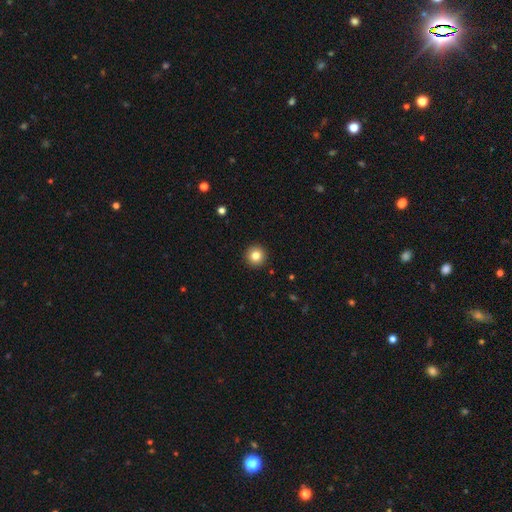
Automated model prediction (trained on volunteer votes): smooth-or-featured: smooth: 83% | star or artifact: 11% | featured or disk: 7%
  how-rounded: round: 96% | in between: 3% | cigar-shaped: 1%
  merging: none: 93% | minor disturbance: 4% | major disturbance: 1% | merger: 1%